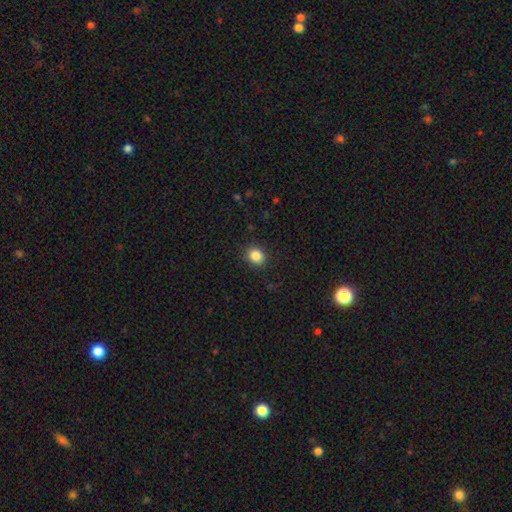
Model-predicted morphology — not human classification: The model was most divided on "how rounded": round: 68%, in between: 31%, cigar-shaped: 1%. More confident: merging — none (89%); smooth or featured — smooth (86%).